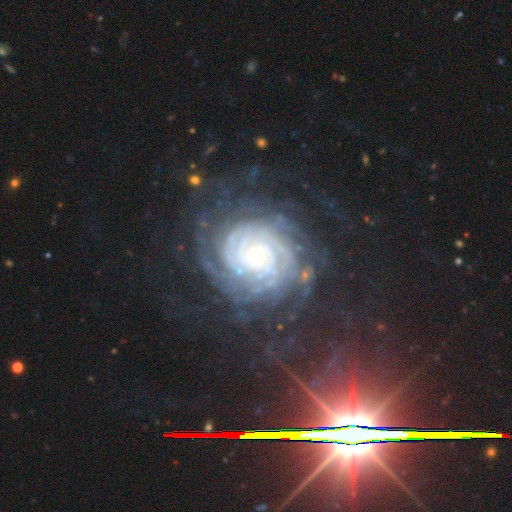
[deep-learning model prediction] Smooth or featured? Predicted: featured or disk (p=0.86). Edge-on disk? Predicted: no (p=0.98). Bar? Predicted: no (p=0.75). Spiral arms? Predicted: yes (p=0.98). Spiral winding? Predicted: tight (p=0.82). Spiral arm count? Predicted: can't tell (p=0.27). Bulge size? Predicted: small (p=0.74). Merging? Predicted: none (p=0.72).